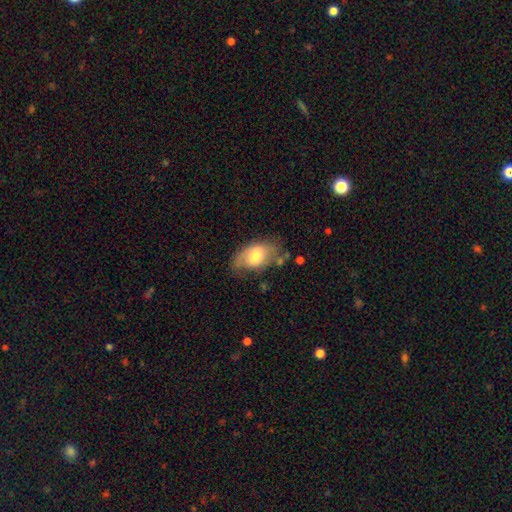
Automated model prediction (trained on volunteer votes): smooth 60%, featured or disk 33%, star or artifact 7%. Down the decision tree: how rounded — in between (90%); merging — none (55%).